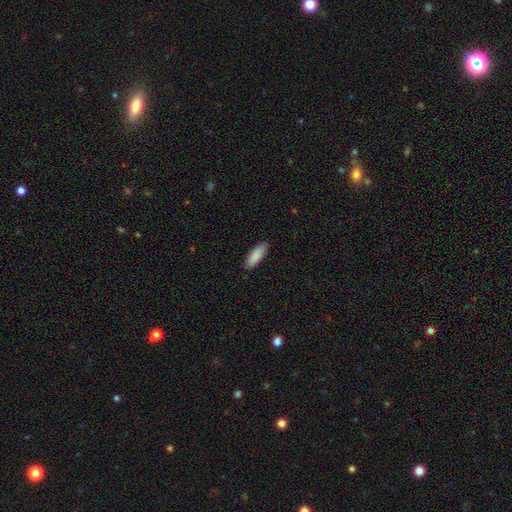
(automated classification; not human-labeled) Smooth or featured? smooth (89%)
How rounded? in between (60%)
Merging? none (87%)